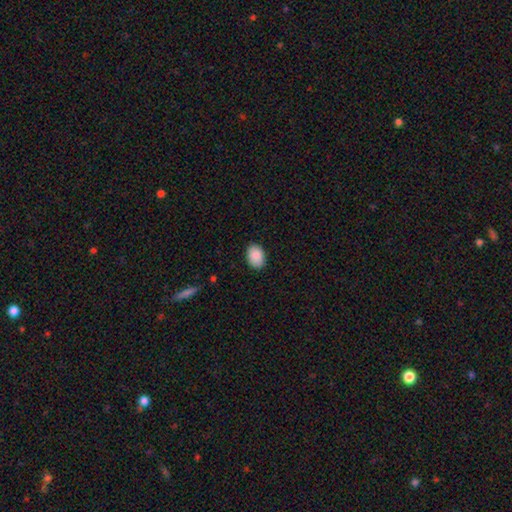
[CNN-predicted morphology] Overall: smooth (89%). How rounded: in between (81%). Merging: none (87%).